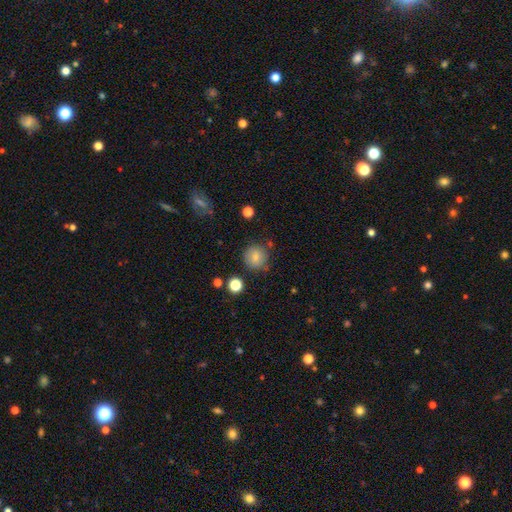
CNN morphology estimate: Smooth or featured? smooth (72%)
How rounded? round (90%)
Merging? none (80%)